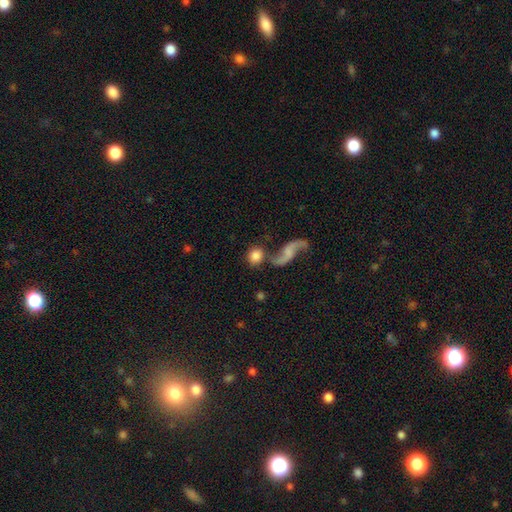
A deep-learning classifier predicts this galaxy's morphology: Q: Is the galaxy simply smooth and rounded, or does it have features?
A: smooth — 69%.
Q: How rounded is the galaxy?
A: round — 71%.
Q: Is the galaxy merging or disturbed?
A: none — 54%.